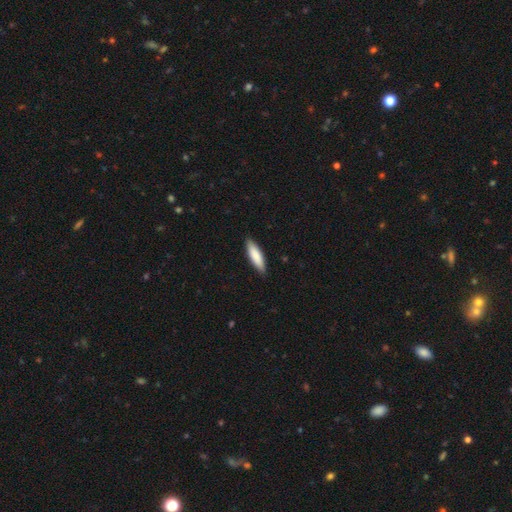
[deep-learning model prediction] Q: Smooth or featured?
A: smooth (85%); runner-up: featured or disk (10%)
Q: How rounded?
A: cigar-shaped (59%); runner-up: in between (39%)
Q: Merging?
A: none (88%); runner-up: minor disturbance (9%)